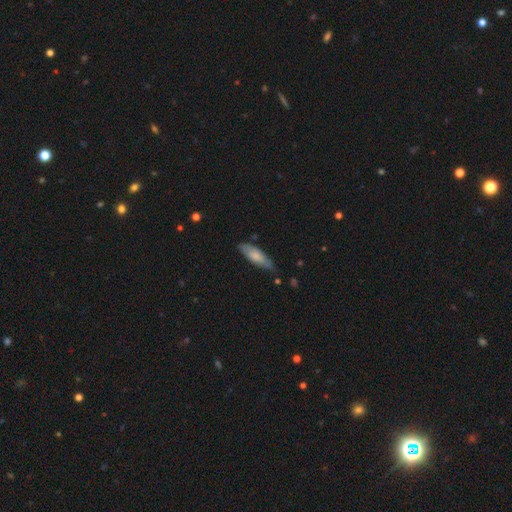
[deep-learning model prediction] smooth_or_featured: smooth (p=0.71) [alt: featured or disk p=0.23]
how_rounded: in between (p=0.55) [alt: cigar-shaped p=0.43]
merging: none (p=0.72) [alt: minor disturbance p=0.23]